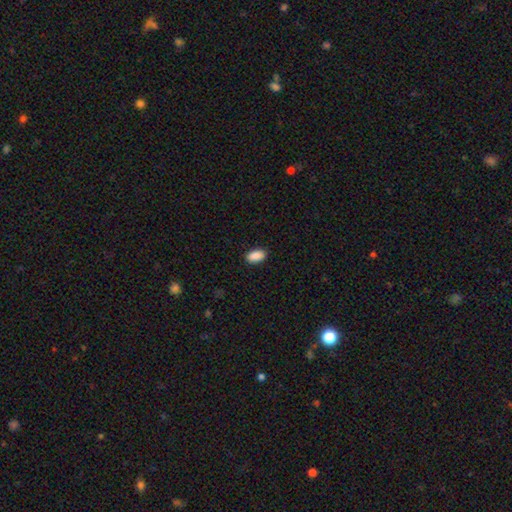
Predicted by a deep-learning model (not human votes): Smooth or featured: smooth — 91% (star or artifact — 7%)
How rounded: in between — 93% (round — 3%)
Merging: none — 90% (minor disturbance — 7%)